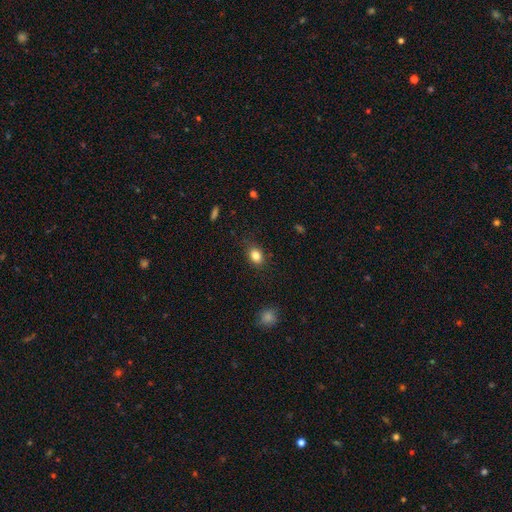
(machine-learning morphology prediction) This is clearly a smooth galaxy (84%). How rounded: likely in between (65%). Merging: clearly none (81%).